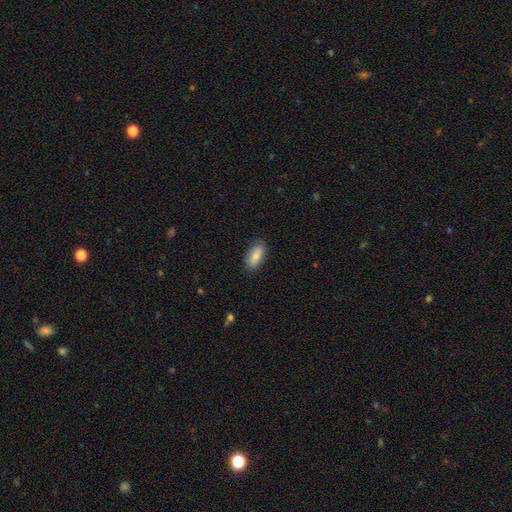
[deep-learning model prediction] This appears to be a smooth galaxy with no disk features (82%) that is in between round and cigar-shaped (82%). Merging: none (84%).